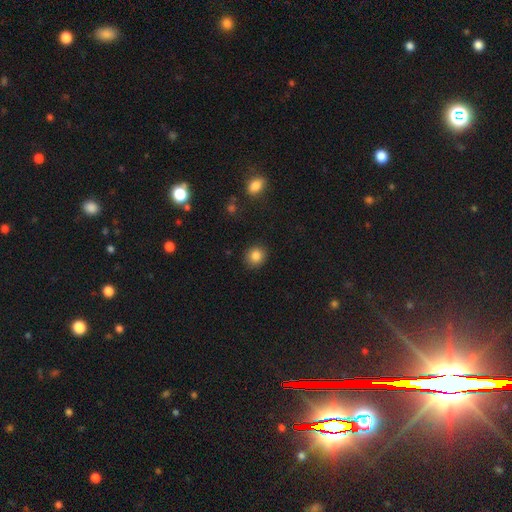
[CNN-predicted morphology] smooth 85%, star or artifact 10%, featured or disk 5%. Down the decision tree: how rounded — round (82%); merging — none (90%).